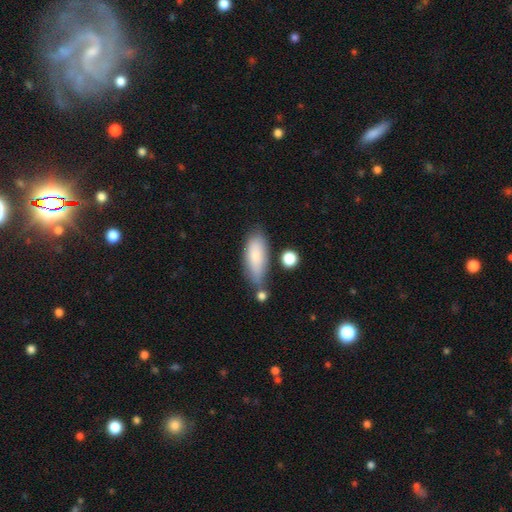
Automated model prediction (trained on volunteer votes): smooth_or_featured: smooth (p=0.80) [alt: featured or disk p=0.13]
how_rounded: in between (p=0.72) [alt: cigar-shaped p=0.26]
merging: none (p=0.61) [alt: minor disturbance p=0.23]